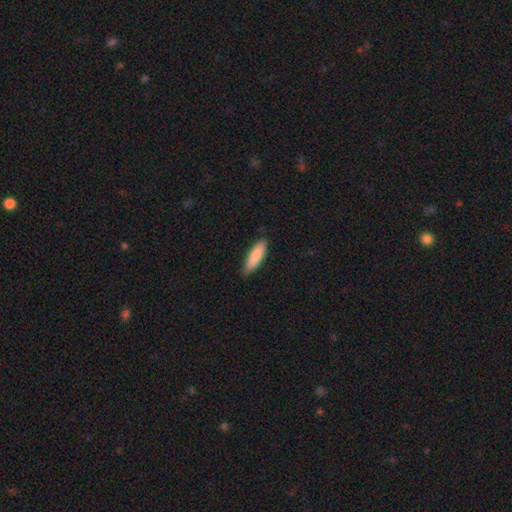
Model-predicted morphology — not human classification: smooth-or-featured: smooth: 85% | featured or disk: 10% | star or artifact: 6%
  how-rounded: cigar-shaped: 50% | in between: 48% | round: 1%
  merging: none: 81% | minor disturbance: 16% | major disturbance: 2% | merger: 1%